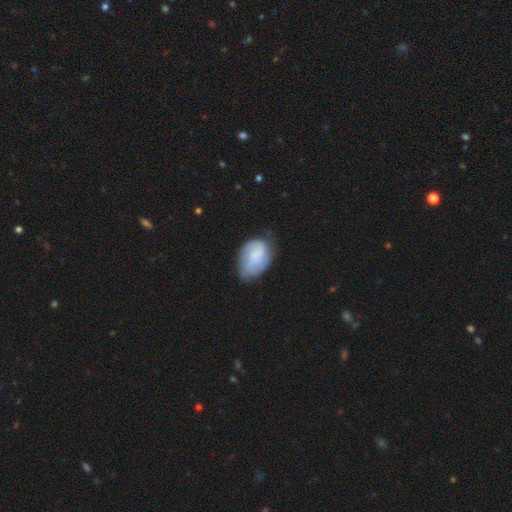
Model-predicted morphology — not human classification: Overall: featured or disk (47%; smooth 46%). Merging: none (53%; minor disturbance 33%).